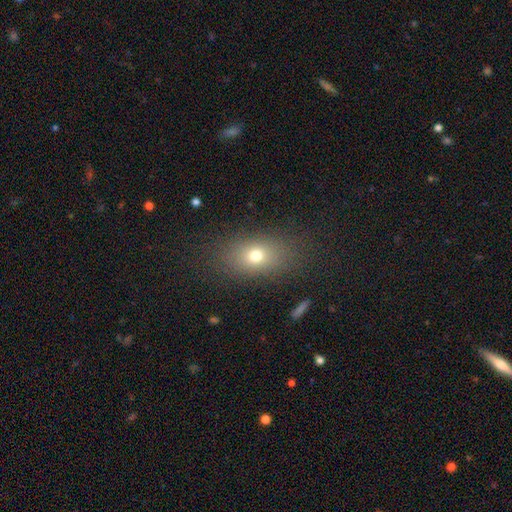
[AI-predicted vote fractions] smooth-or-featured: smooth: 71% | star or artifact: 15% | featured or disk: 14%
  how-rounded: in between: 73% | round: 24% | cigar-shaped: 3%
  merging: none: 81% | minor disturbance: 11% | major disturbance: 7% | merger: 2%